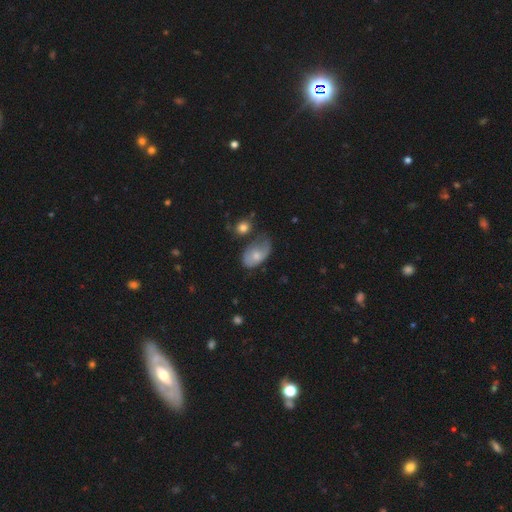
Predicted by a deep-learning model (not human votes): A smooth galaxy with no disk features (59%) that is in between round and cigar-shaped (87%).

Vote fractions:
- Smooth or featured? smooth: 59% / featured or disk: 34% / star or artifact: 8%
- How rounded? in between: 87% / round: 11% / cigar-shaped: 1%
- Merging? minor disturbance: 36% / none: 32% / major disturbance: 24% / merger: 8%